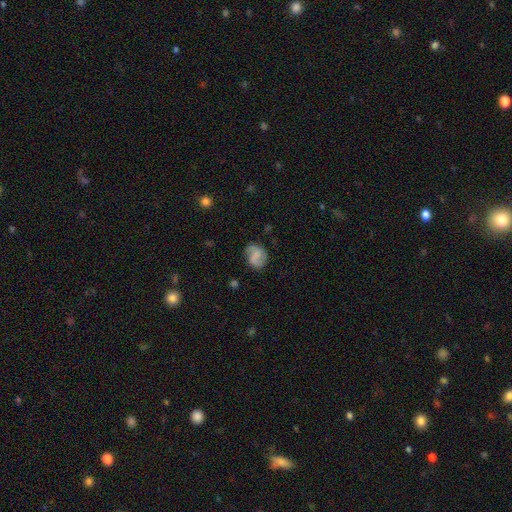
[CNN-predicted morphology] Overall: featured or disk (59%; smooth 33%). Edge-on disk: no (98%). Bar: weak (43%, tied with no). Spiral arms: yes (92%). Spiral arm count: 2 (86%). Spiral winding: medium (43%; loose 39%). Bulge size: none (58%; small 23%). Merging: none (74%).